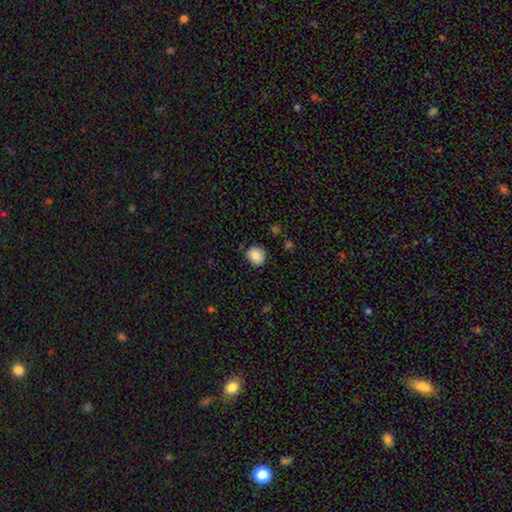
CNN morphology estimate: Smooth or featured: smooth — 86% (star or artifact — 9%)
How rounded: round — 76% (in between — 23%)
Merging: none — 83% (minor disturbance — 12%)